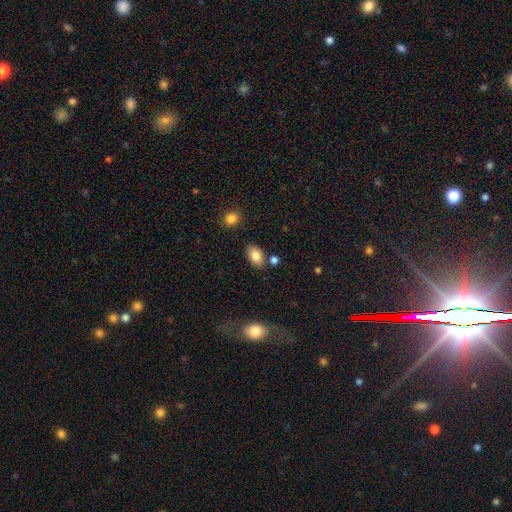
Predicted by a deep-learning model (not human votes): Overall: smooth (84%). How rounded: in between (89%). Merging: none (79%).